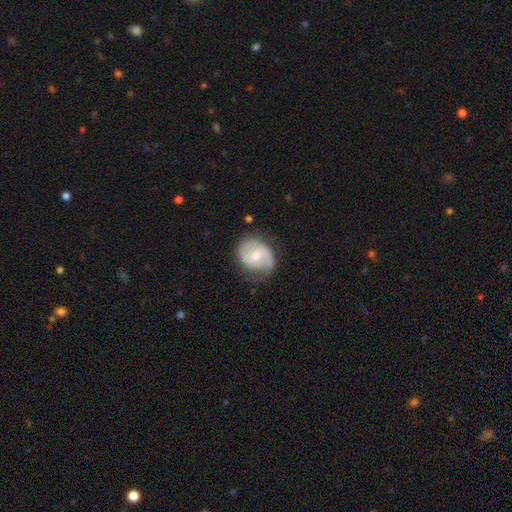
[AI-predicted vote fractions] Smooth or featured: featured or disk — 70% (smooth — 25%)
Edge-on disk: no — 97% (yes — 3%)
Bar: no — 48% (weak — 43%)
Spiral arms: yes — 87% (no — 13%)
Spiral winding: medium — 47% (tight — 30%)
Spiral arm count: 2 — 82% (can't tell — 9%)
Bulge size: moderate — 68% (small — 25%)
Merging: none — 68% (minor disturbance — 23%)